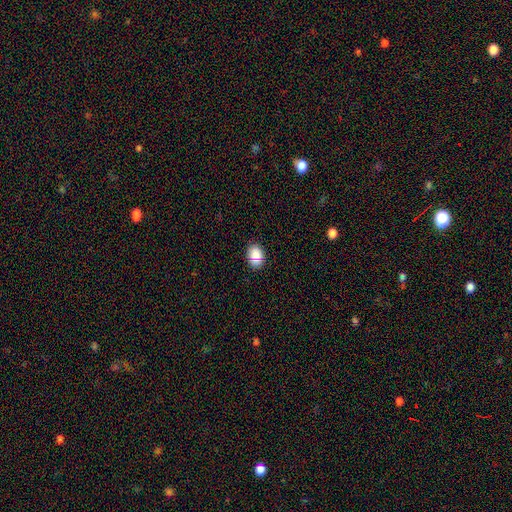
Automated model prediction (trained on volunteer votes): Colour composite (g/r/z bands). It shows a smooth galaxy with no disk features (85%) that is in between round and cigar-shaped (72%). Merging: none (80%).